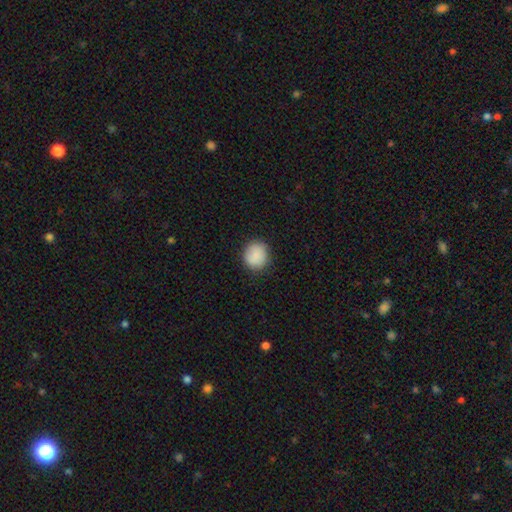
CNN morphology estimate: Smooth or featured?
  - smooth: 87% *
  - star or artifact: 8%
  - featured or disk: 5%
How rounded?
  - round: 85% *
  - in between: 14%
  - cigar-shaped: 1%
Merging?
  - none: 85% *
  - minor disturbance: 11%
  - major disturbance: 3%
  - merger: 1%